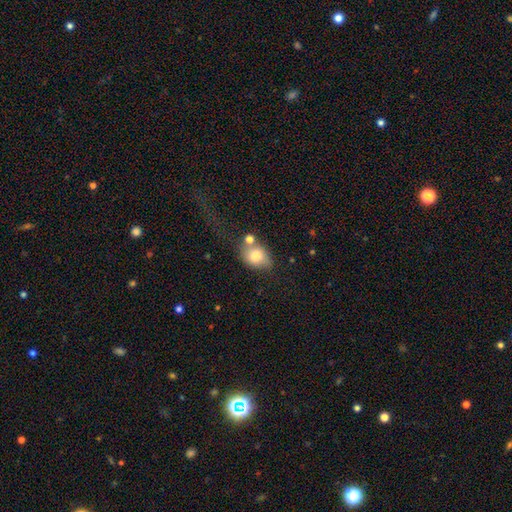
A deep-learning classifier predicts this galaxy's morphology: Q: Smooth or featured?
A: smooth (76%); runner-up: featured or disk (16%)
Q: How rounded?
A: in between (68%); runner-up: round (31%)
Q: Merging?
A: none (43%); runner-up: merger (23%)